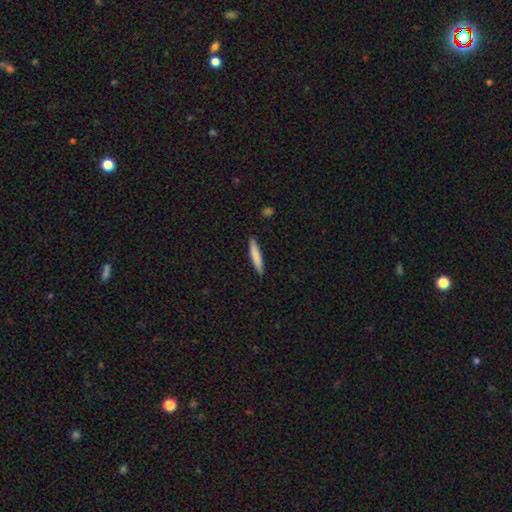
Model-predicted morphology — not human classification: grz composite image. It shows a smooth galaxy with no disk features (81%) that is cigar-shaped (91%). Merging: none (89%).